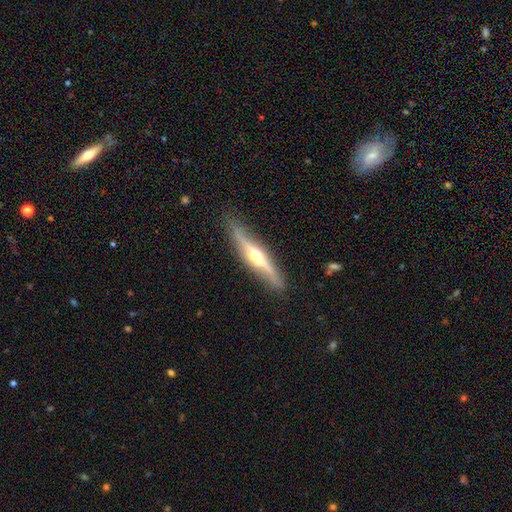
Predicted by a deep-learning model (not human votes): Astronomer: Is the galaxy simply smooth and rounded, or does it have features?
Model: featured or disk — 74%.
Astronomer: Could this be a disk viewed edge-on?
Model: yes — 91%.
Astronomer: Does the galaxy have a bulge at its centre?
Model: rounded — 90%.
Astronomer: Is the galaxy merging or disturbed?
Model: none — 84%.